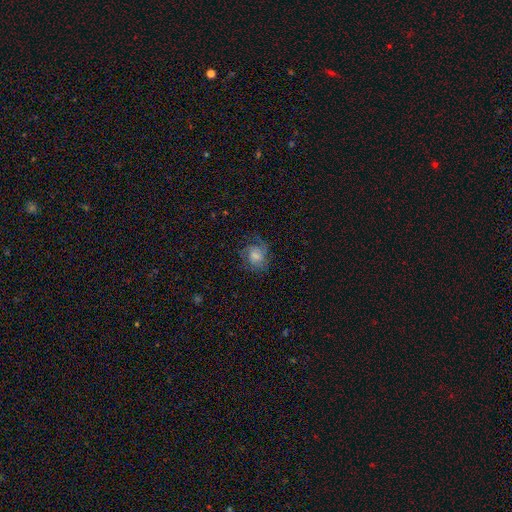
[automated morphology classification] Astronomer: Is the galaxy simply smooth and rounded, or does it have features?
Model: featured or disk — 52% (runner-up: smooth, 39%).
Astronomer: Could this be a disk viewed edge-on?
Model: no — 97%.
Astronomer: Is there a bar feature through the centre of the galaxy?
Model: no — 56% (runner-up: weak, 37%).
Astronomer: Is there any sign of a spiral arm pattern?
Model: yes — 85%.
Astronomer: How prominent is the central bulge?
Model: small — 35%, tied with moderate at 35%.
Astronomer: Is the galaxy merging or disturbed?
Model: none — 59%.